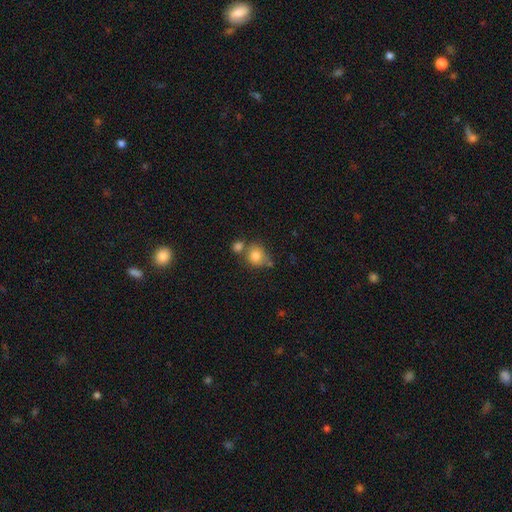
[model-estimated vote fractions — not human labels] Smooth or featured: smooth — 80% (star or artifact — 10%)
How rounded: round — 77% (in between — 22%)
Merging: none — 51% (merger — 30%)